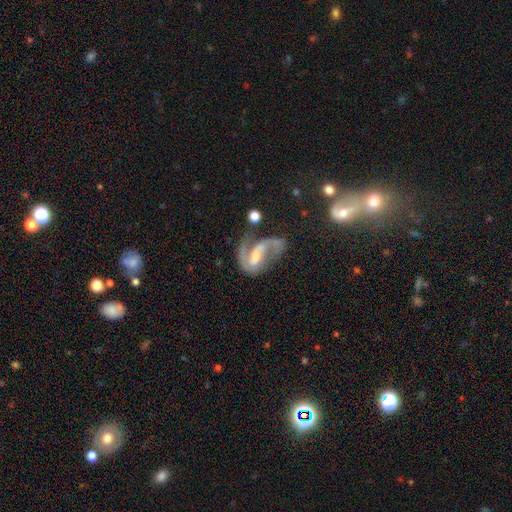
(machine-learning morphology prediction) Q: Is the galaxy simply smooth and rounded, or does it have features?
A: featured or disk — 83%.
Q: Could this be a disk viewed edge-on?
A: no — 97%.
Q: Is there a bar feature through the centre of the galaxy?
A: weak — 47%.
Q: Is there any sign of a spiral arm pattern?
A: yes — 91%.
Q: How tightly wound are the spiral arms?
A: medium — 47%.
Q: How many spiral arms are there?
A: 2 — 70%.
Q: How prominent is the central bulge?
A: moderate — 48%.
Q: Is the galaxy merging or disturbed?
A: none — 37%.